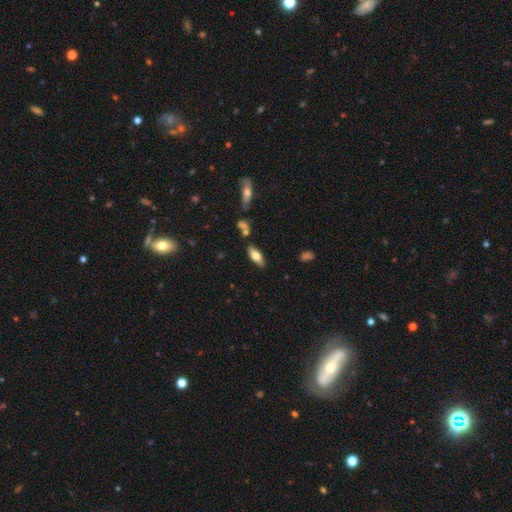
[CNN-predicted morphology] smooth_or_featured: smooth (p=0.66) [alt: featured or disk p=0.27]
how_rounded: in between (p=0.75) [alt: cigar-shaped p=0.22]
merging: none (p=0.80) [alt: minor disturbance p=0.12]